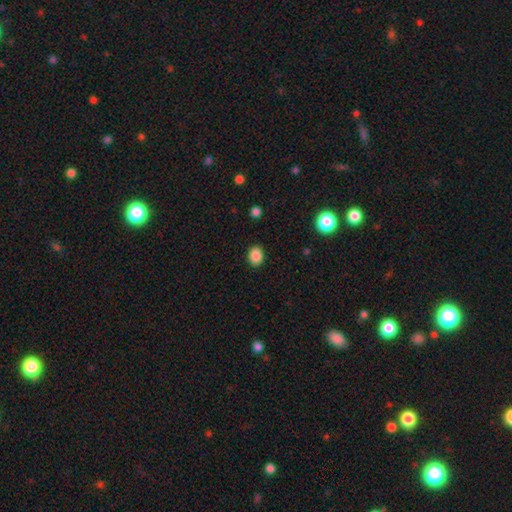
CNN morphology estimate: Smooth or featured?
  - smooth: 87% *
  - star or artifact: 9%
  - featured or disk: 3%
How rounded?
  - in between: 55% *
  - round: 44%
  - cigar-shaped: 1%
Merging?
  - none: 90% *
  - minor disturbance: 7%
  - major disturbance: 2%
  - merger: 1%